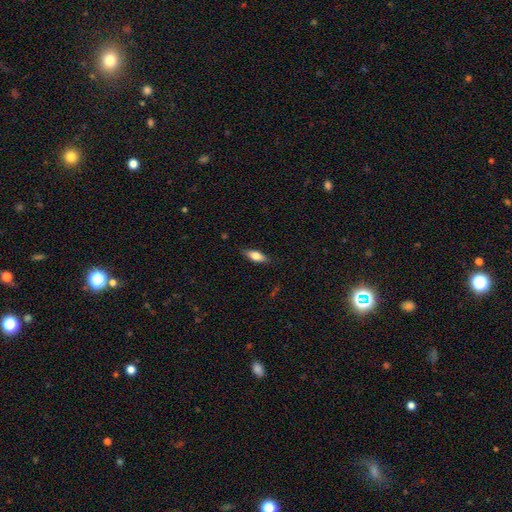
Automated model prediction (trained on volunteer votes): smooth-or-featured: smooth: 66% | featured or disk: 27% | star or artifact: 7%
  how-rounded: in between: 64% | cigar-shaped: 33% | round: 3%
  merging: none: 85% | minor disturbance: 11% | major disturbance: 3% | merger: 1%